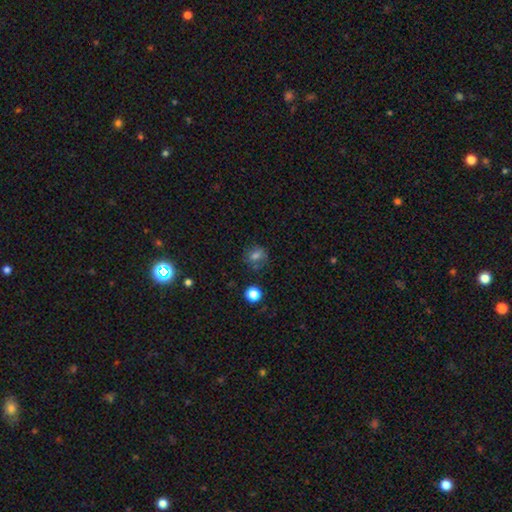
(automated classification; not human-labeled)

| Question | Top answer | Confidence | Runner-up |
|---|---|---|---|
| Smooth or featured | smooth | 62% | star or artifact (23%) |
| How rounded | round | 67% | in between (31%) |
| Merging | none | 71% | minor disturbance (18%) |